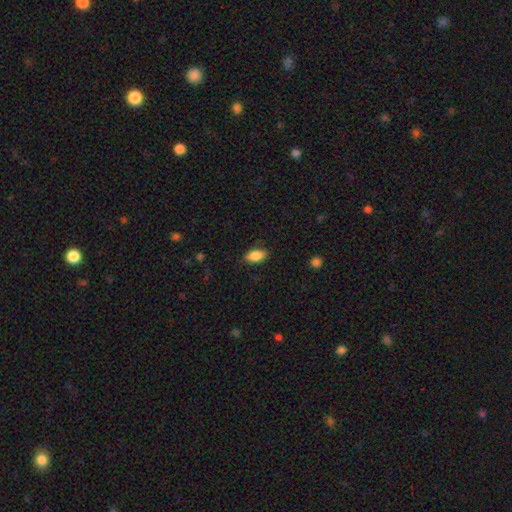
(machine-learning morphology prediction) A smooth galaxy with no disk features (86%) that is in between round and cigar-shaped (90%). Merging: none (82%).